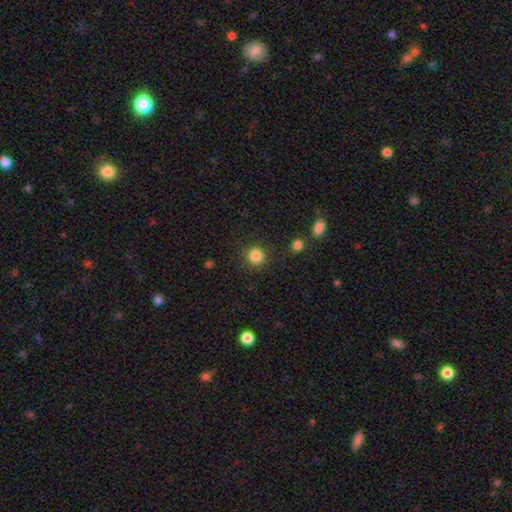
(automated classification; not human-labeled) Smooth or featured: smooth — 85% (star or artifact — 11%)
How rounded: round — 93% (in between — 7%)
Merging: none — 89% (minor disturbance — 7%)